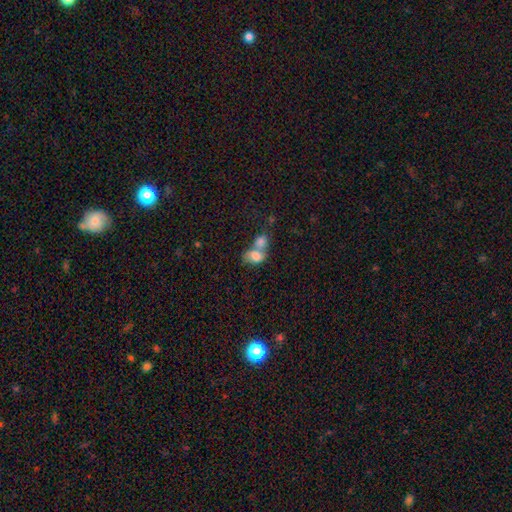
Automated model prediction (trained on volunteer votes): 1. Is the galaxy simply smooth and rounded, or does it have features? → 76% smooth, 15% featured or disk, 9% star or artifact.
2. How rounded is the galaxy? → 67% in between, 31% round, 1% cigar-shaped.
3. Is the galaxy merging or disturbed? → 73% merger, 16% none, 7% minor disturbance, 5% major disturbance.